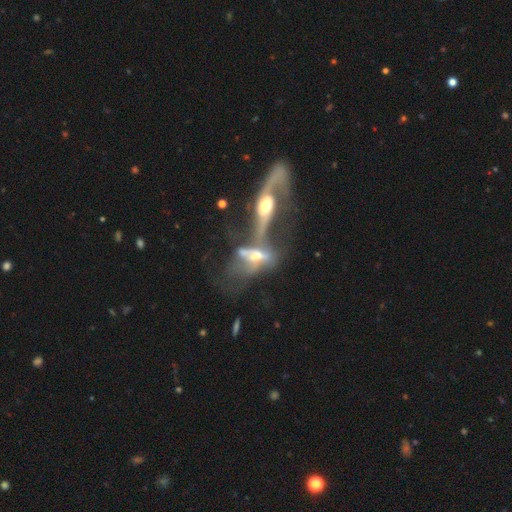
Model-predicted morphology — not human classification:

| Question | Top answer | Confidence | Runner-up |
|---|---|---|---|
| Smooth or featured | featured or disk | 71% | smooth (19%) |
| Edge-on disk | no | 67% | yes (33%) |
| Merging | merger | 67% | major disturbance (16%) |